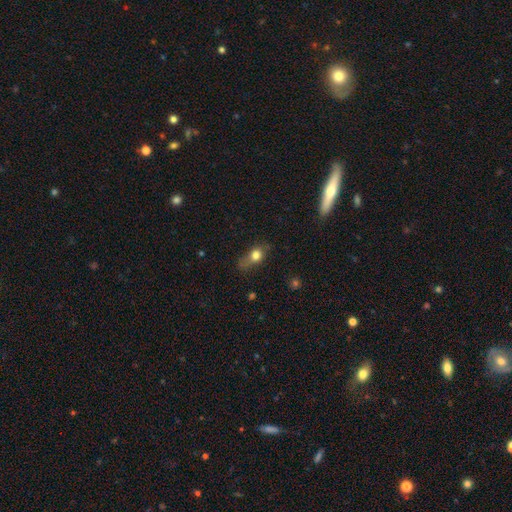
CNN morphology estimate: This is likely a smooth galaxy (76%). How rounded: possibly in between (60%). Merging: marginally none (42%).